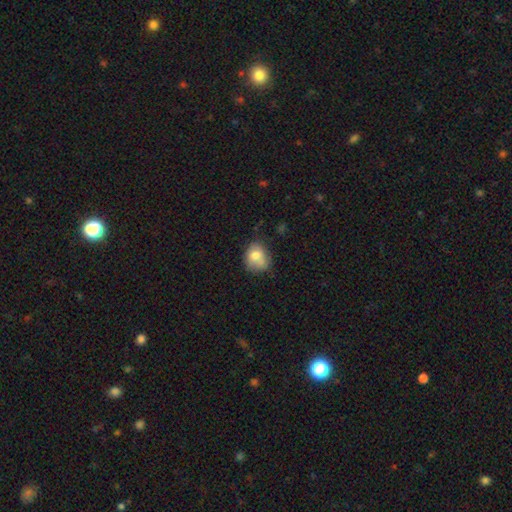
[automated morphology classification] Smooth or featured? smooth (75%)
How rounded? round (60%)
Merging? none (51%)